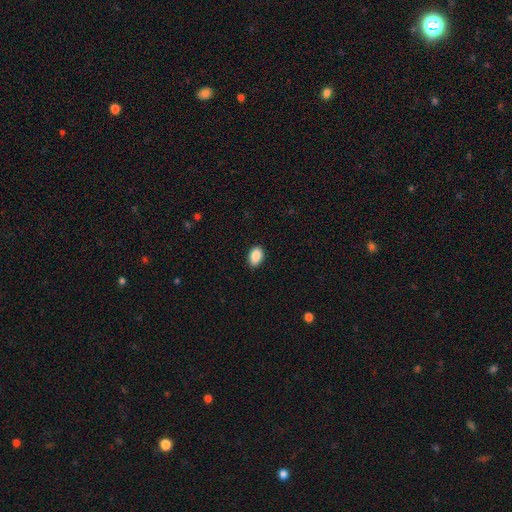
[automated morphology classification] Smooth or featured? Predicted: smooth (p=0.90). How rounded? Predicted: in between (p=0.88). Merging? Predicted: none (p=0.89).